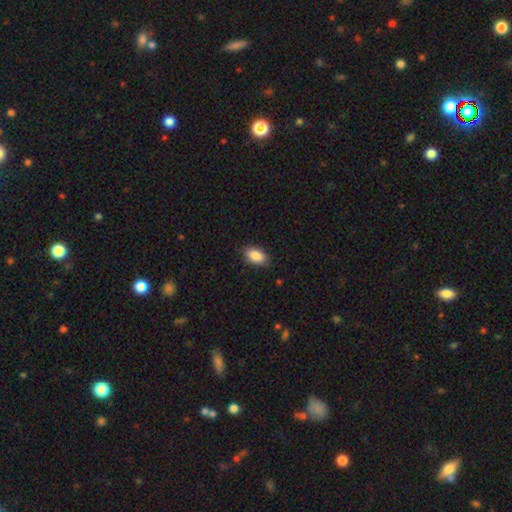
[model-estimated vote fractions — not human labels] smooth_or_featured: smooth (p=0.89) [alt: star or artifact p=0.07]
how_rounded: in between (p=0.92) [alt: round p=0.06]
merging: none (p=0.84) [alt: minor disturbance p=0.13]